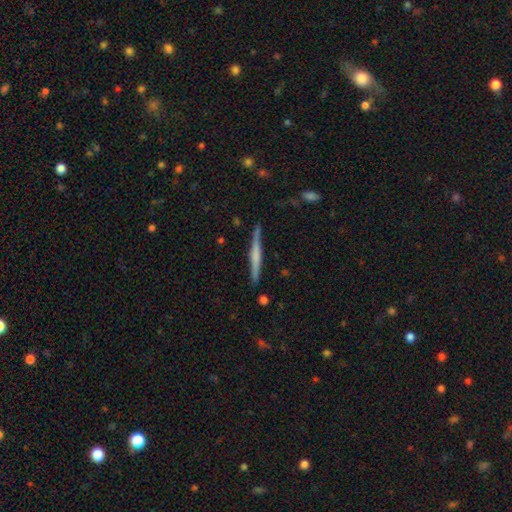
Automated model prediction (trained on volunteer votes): A featured or disk galaxy (58%) viewed edge-on (98%) with a rounded central bulge (38%). Merging: none (88%).